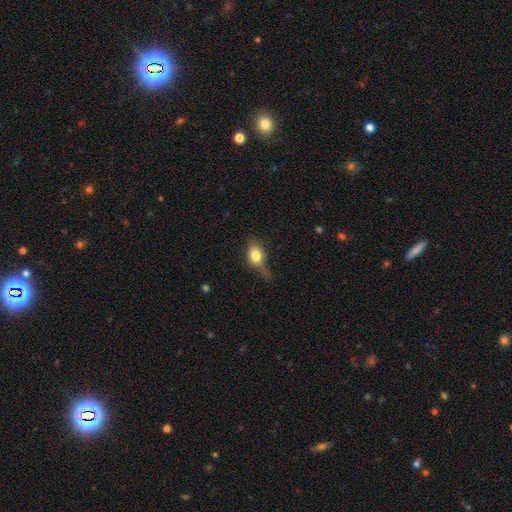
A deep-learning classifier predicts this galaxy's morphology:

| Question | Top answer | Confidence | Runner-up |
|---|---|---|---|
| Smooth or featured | smooth | 76% | featured or disk (15%) |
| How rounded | in between | 71% | round (23%) |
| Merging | minor disturbance | 37% | tied: none (37%) |